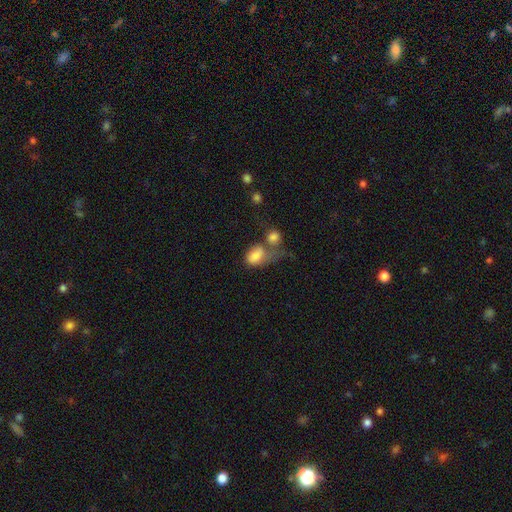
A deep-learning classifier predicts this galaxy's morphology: smooth_or_featured: smooth (p=0.77) [alt: featured or disk p=0.15]
how_rounded: in between (p=0.79) [alt: round p=0.19]
merging: merger (p=0.54) [alt: major disturbance p=0.18]